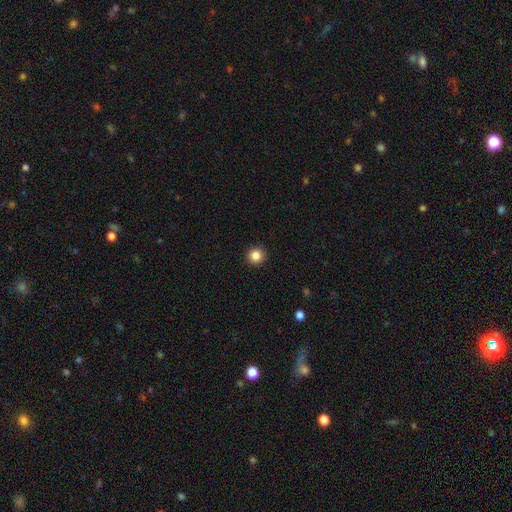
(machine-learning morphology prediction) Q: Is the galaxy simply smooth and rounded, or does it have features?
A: smooth — 85%.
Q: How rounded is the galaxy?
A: round — 95%.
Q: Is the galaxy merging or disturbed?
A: none — 93%.